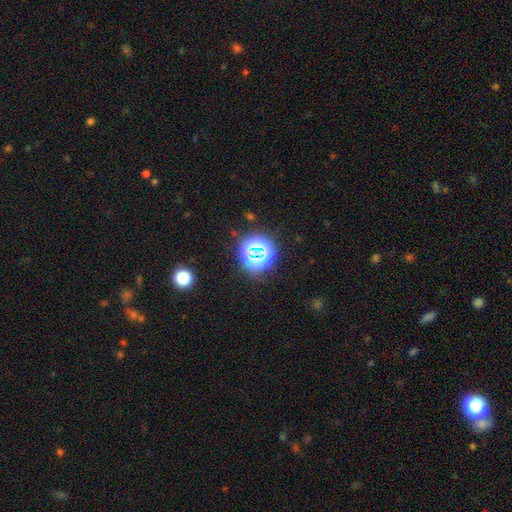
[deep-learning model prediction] Smooth or featured?
  - star or artifact: 70% *
  - smooth: 21%
  - featured or disk: 9%